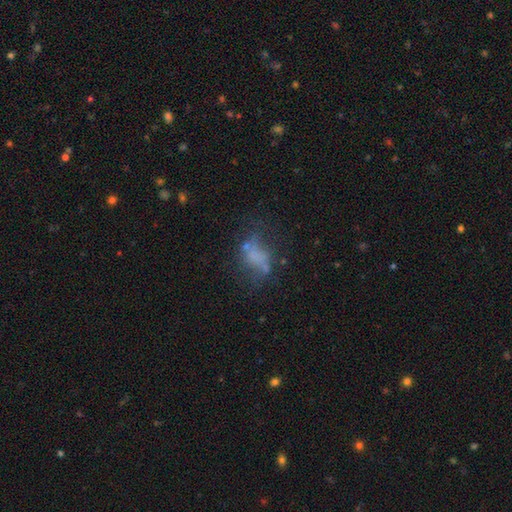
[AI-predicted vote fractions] Morphology: type=smooth (41%, tied with featured or disk); merging=none (41%).